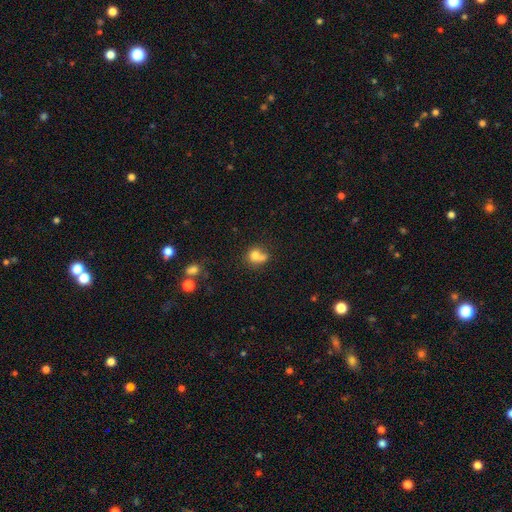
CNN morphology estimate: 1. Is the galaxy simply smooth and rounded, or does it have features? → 73% smooth, 15% featured or disk, 11% star or artifact.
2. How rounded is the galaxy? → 67% round, 32% in between, 1% cigar-shaped.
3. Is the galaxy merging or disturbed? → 44% merger, 32% none, 15% minor disturbance, 9% major disturbance.